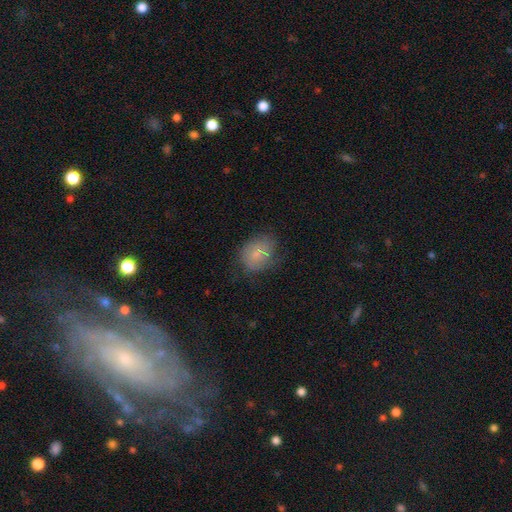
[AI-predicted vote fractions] Overall: smooth (71%). How rounded: in between (56%; round 42%). Merging: none (63%; minor disturbance 24%).